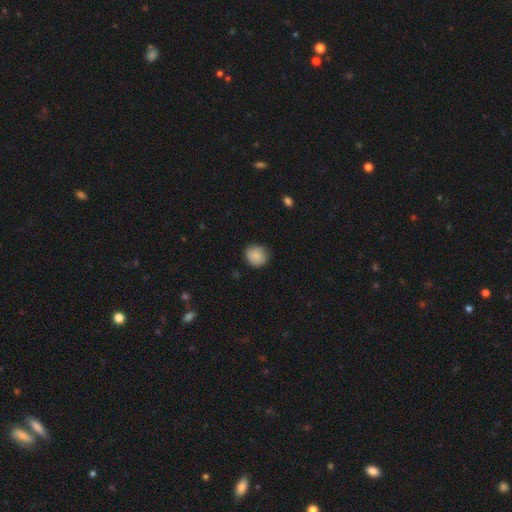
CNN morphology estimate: Overall: smooth (86%). How rounded: round (84%). Merging: none (80%).